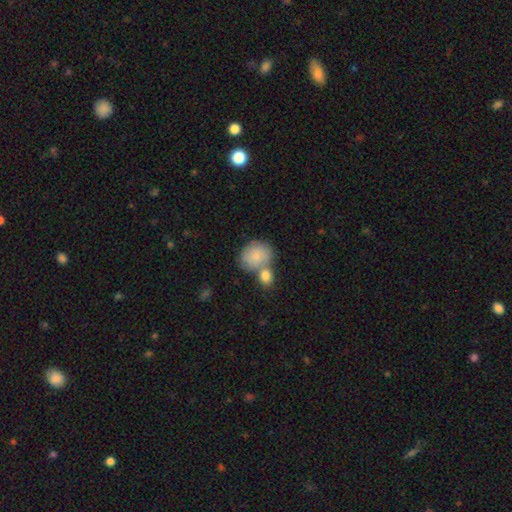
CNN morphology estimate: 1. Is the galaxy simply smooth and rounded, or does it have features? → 80% smooth, 13% featured or disk, 6% star or artifact.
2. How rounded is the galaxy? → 59% round, 40% in between, 1% cigar-shaped.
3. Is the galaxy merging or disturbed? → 43% merger, 39% none, 13% minor disturbance, 5% major disturbance.